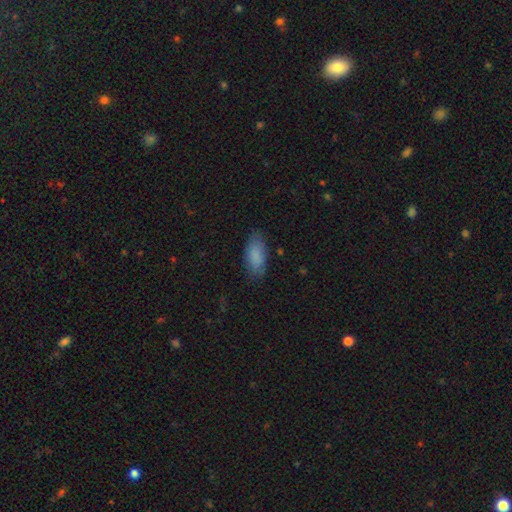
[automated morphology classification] smooth-or-featured: smooth: 86% | featured or disk: 8% | star or artifact: 7%
  how-rounded: in between: 87% | cigar-shaped: 11% | round: 2%
  merging: none: 79% | minor disturbance: 16% | major disturbance: 4% | merger: 1%